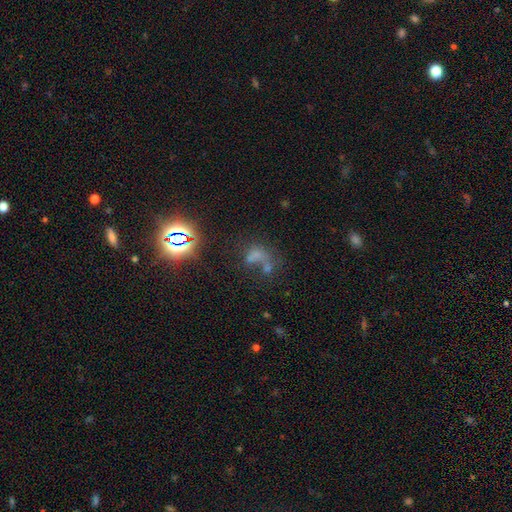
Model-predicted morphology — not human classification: The model was most divided on "smooth or featured": star or artifact: 43%, smooth: 36%, featured or disk: 21%.